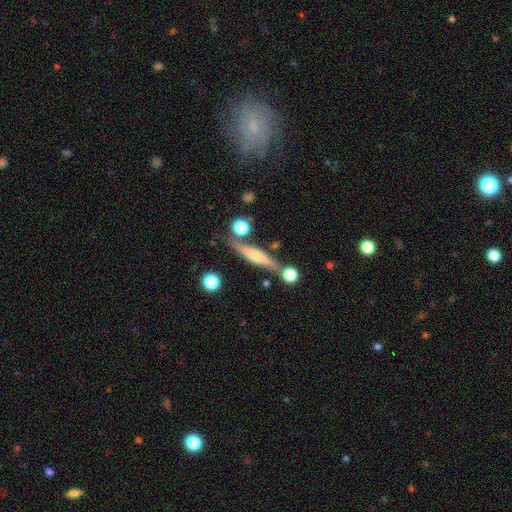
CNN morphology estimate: smooth-or-featured: featured or disk: 61% | smooth: 32% | star or artifact: 7%
  disk-edge-on: yes: 94% | no: 6%
    edge-on-bulge: rounded: 80% | boxy: 12% | none: 8%
  merging: none: 76% | minor disturbance: 12% | merger: 9% | major disturbance: 3%